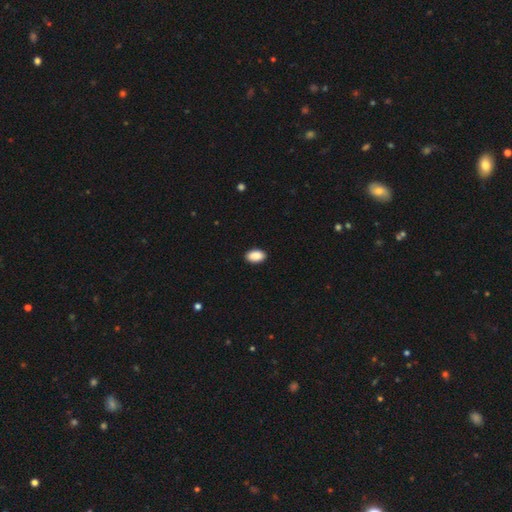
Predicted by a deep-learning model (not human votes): Morphology: type=smooth (90%); roundness=in between (93%); merging=none (91%).